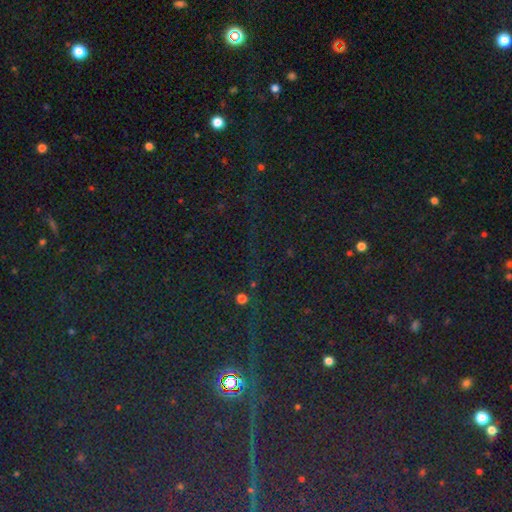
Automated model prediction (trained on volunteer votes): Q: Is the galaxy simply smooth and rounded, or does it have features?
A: star or artifact — 84%.